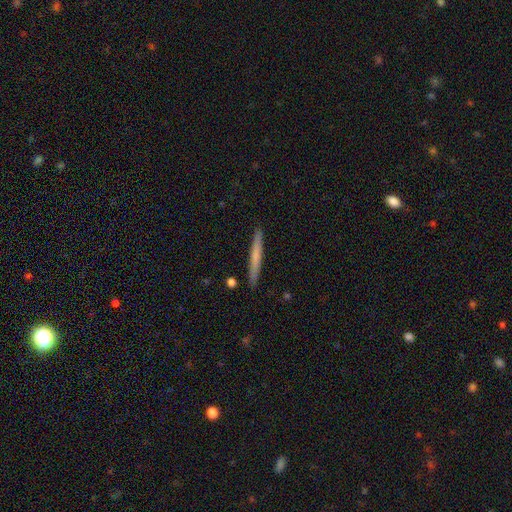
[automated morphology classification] smooth-or-featured: smooth: 61% | featured or disk: 33% | star or artifact: 5%
  how-rounded: cigar-shaped: 97% | in between: 2% | round: 1%
  merging: none: 92% | minor disturbance: 6% | merger: 1% | major disturbance: 1%